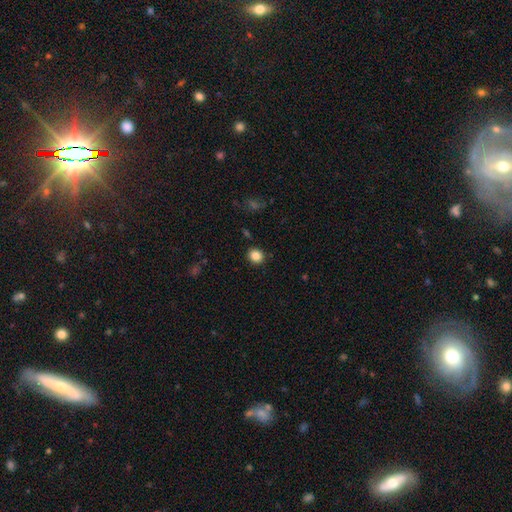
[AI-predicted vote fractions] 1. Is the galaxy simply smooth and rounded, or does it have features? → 85% smooth, 11% star or artifact, 5% featured or disk.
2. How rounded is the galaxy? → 81% round, 18% in between, 1% cigar-shaped.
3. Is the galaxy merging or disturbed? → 90% none, 7% minor disturbance, 2% major disturbance, 1% merger.